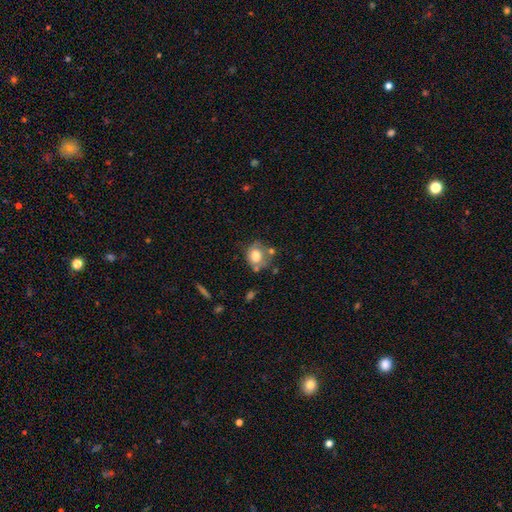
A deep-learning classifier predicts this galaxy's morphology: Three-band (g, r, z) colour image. It shows a smooth galaxy with no disk features (67%) that is round (64%). Merging: none (44%).